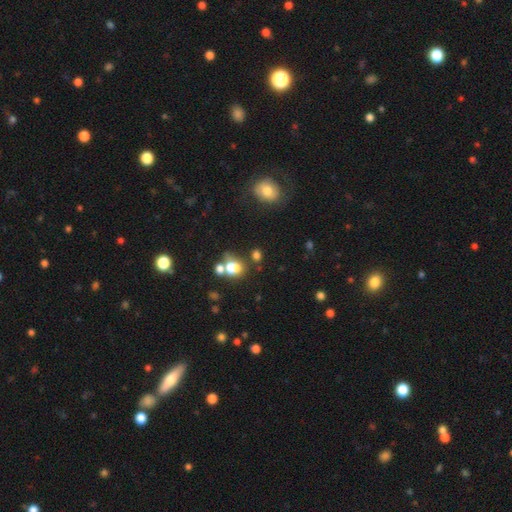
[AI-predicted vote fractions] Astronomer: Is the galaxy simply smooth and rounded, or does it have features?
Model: smooth — 64%.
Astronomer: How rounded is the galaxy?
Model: round — 59% (runner-up: in between, 39%).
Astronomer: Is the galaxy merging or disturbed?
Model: none — 61%.